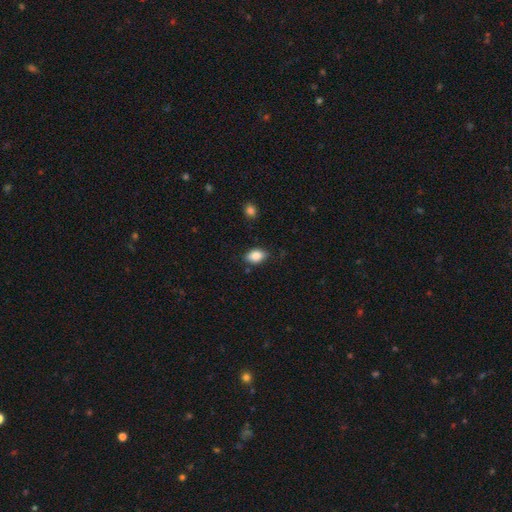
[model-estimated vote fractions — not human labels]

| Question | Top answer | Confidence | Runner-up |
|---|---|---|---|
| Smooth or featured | smooth | 86% | star or artifact (8%) |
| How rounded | in between | 86% | round (12%) |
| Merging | none | 82% | minor disturbance (13%) |